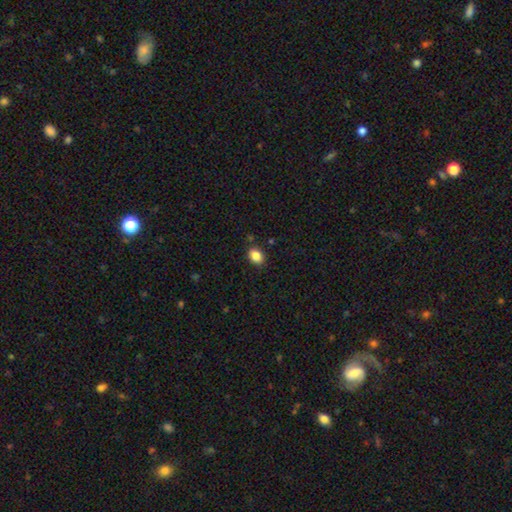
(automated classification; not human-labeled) Morphology: type=smooth (86%); roundness=in between (69%); merging=none (85%).